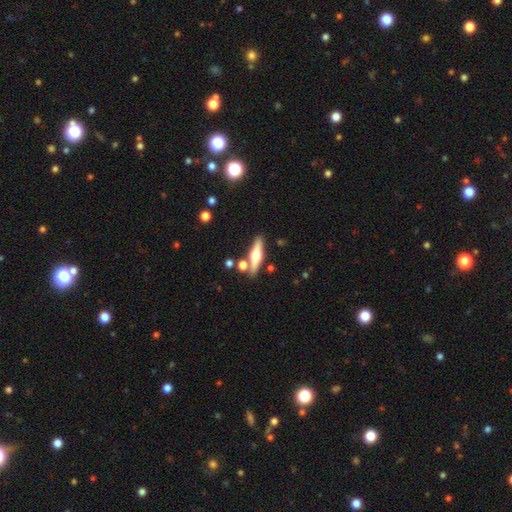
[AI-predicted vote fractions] Smooth or featured? featured or disk (58%)
Edge-on disk? yes (94%)
Edge-on bulge? rounded (94%)
Merging? none (79%)